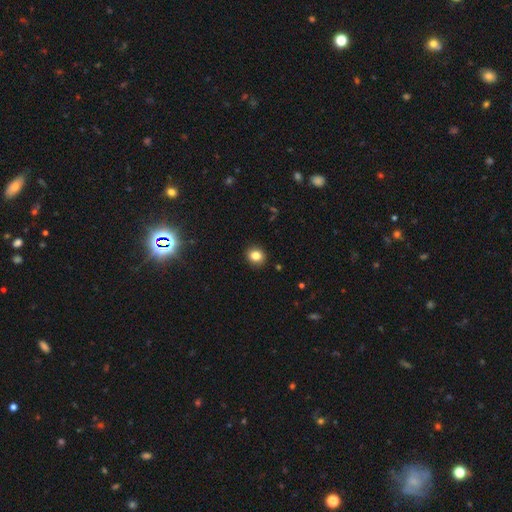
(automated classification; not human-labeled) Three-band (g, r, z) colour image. It shows a smooth galaxy with no disk features (82%) that is round (75%). Merging: none (91%).